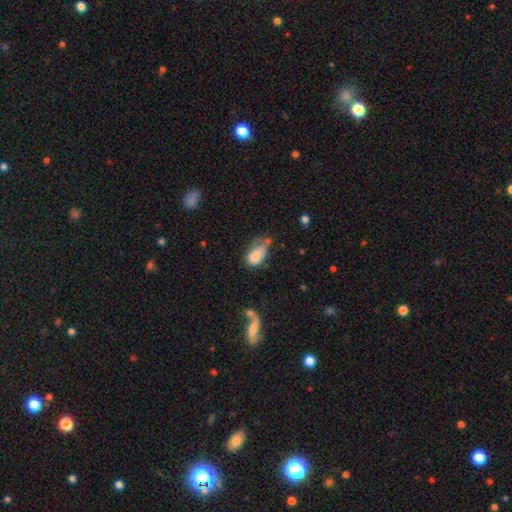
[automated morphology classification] Q: Smooth or featured?
A: smooth (78%); runner-up: featured or disk (13%)
Q: How rounded?
A: in between (90%); runner-up: round (8%)
Q: Merging?
A: minor disturbance (33%); runner-up: none (26%)